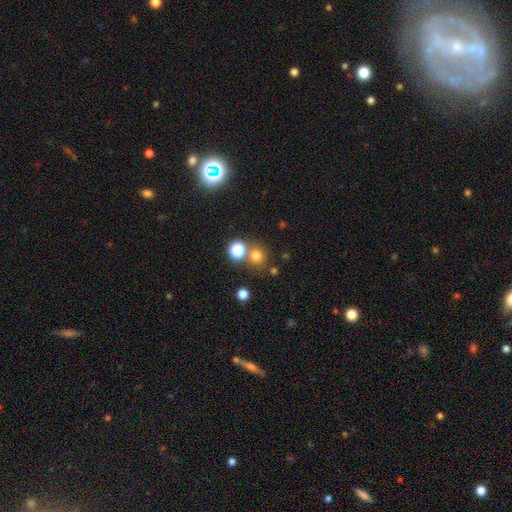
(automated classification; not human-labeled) smooth-or-featured: smooth: 71% | star or artifact: 21% | featured or disk: 8%
  how-rounded: round: 90% | in between: 9% | cigar-shaped: 1%
  merging: none: 72% | merger: 17% | minor disturbance: 7% | major disturbance: 3%